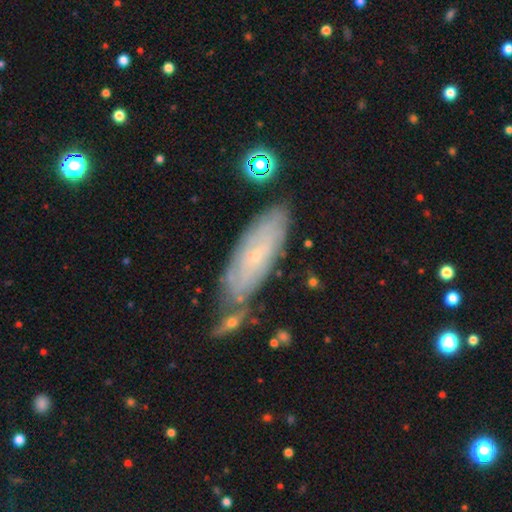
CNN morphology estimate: A featured or disk galaxy (56%).

Vote fractions:
- Smooth or featured? featured or disk: 56% / smooth: 35% / star or artifact: 9%
- Edge-on disk? no: 76% / yes: 24%
- Merging? none: 66% / minor disturbance: 19% / merger: 10% / major disturbance: 5%